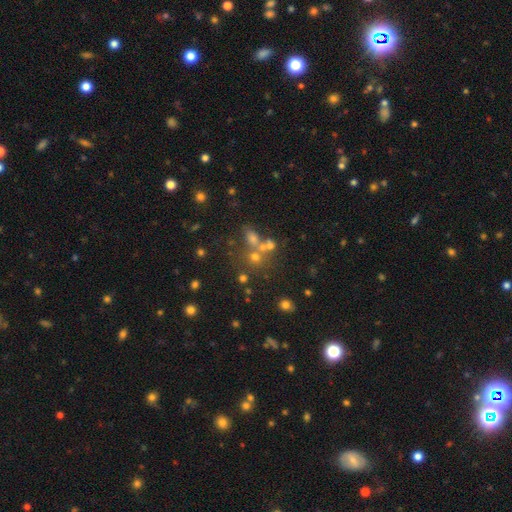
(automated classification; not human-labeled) Overall: smooth (41%; star or artifact 39%). Merging: none (50%; merger 35%).